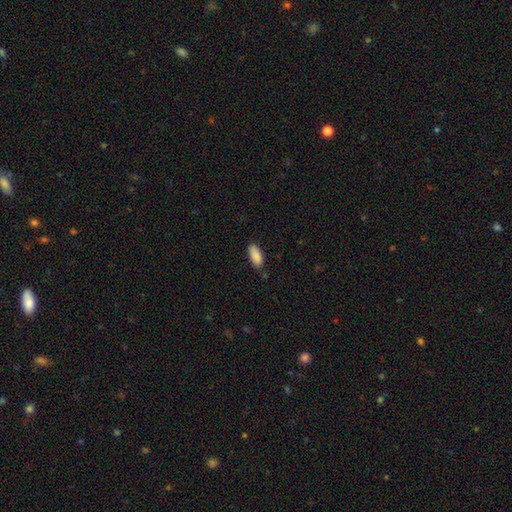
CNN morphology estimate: smooth_or_featured: smooth (p=0.89) [alt: star or artifact p=0.07]
how_rounded: in between (p=0.85) [alt: cigar-shaped p=0.13]
merging: none (p=0.79) [alt: minor disturbance p=0.16]